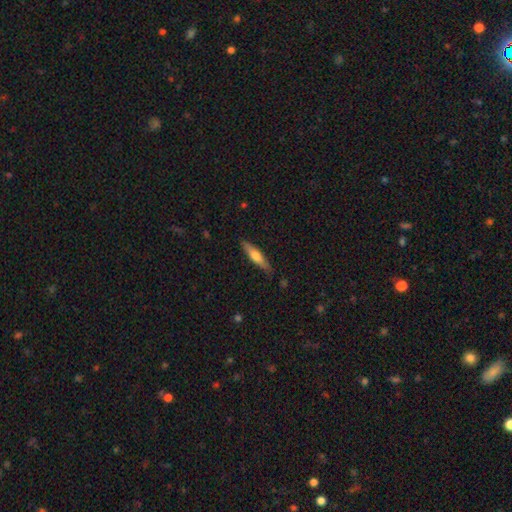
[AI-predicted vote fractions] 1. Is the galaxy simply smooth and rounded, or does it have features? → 52% smooth, 43% featured or disk, 6% star or artifact.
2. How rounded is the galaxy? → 82% cigar-shaped, 16% in between, 2% round.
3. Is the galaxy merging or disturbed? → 85% none, 11% minor disturbance, 2% major disturbance, 1% merger.